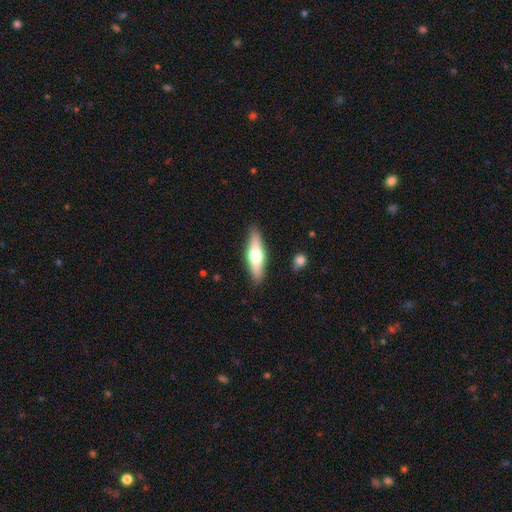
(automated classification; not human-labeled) Overall: smooth (52%; featured or disk 42%). How rounded: cigar-shaped (59%; in between 38%). Merging: none (88%).